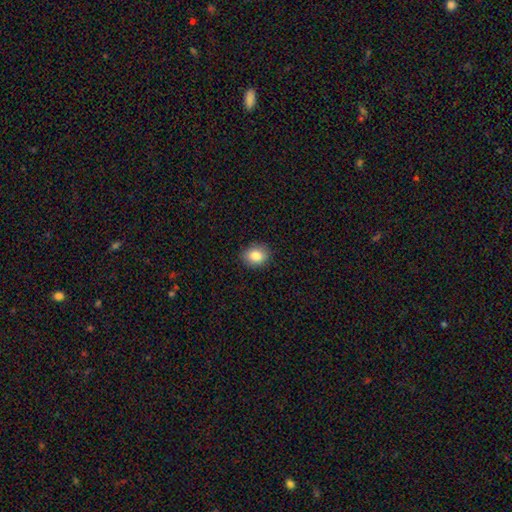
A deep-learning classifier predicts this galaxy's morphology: This is clearly a smooth galaxy (85%). How rounded: possibly round (54%). Merging: clearly none (88%).